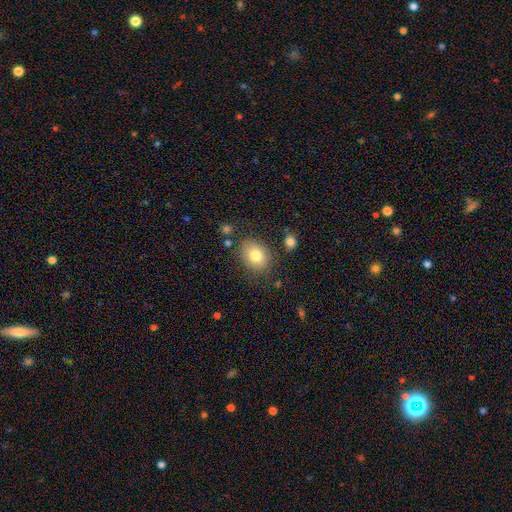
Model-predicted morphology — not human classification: Smooth or featured? smooth (80%)
How rounded? in between (61%)
Merging? none (78%)